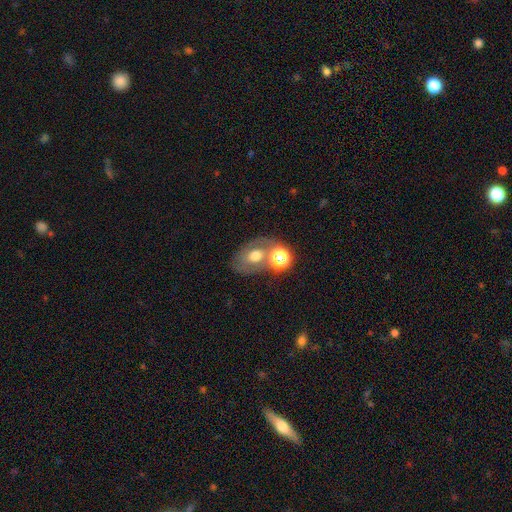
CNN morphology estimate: Smooth or featured?
  - smooth: 49% *
  - featured or disk: 36%
  - star or artifact: 15%
Merging?
  - none: 48% *
  - merger: 29%
  - minor disturbance: 14%
  - major disturbance: 9%